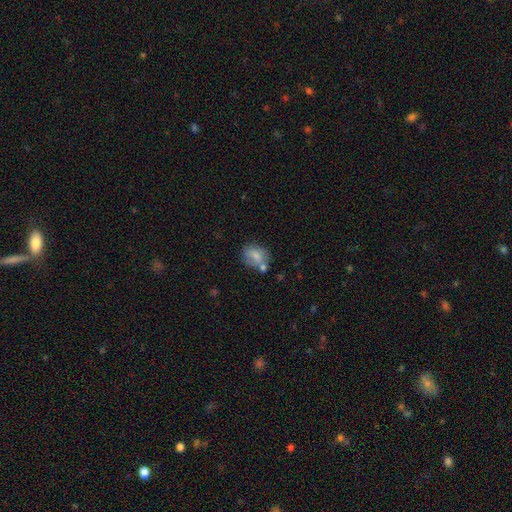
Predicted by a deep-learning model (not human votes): This is likely a smooth galaxy (72%). How rounded: likely in between (61%). Merging: possibly none (52%).